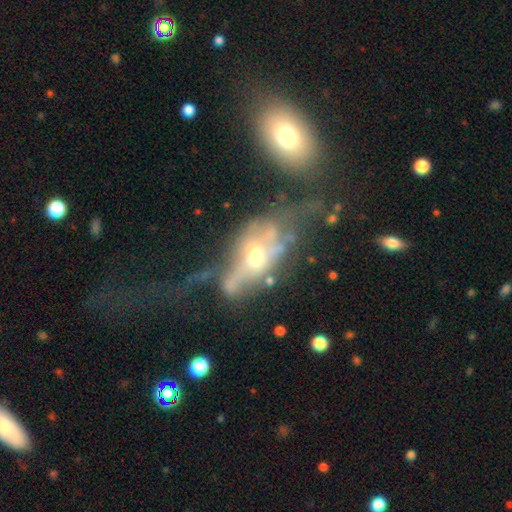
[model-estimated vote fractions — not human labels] featured or disk 65%, smooth 24%, star or artifact 11%. Down the decision tree: edge-on disk — no (78%); bar — no (78%); spiral arms — no (69%); bulge size — moderate (64%); merging — major disturbance (43%).